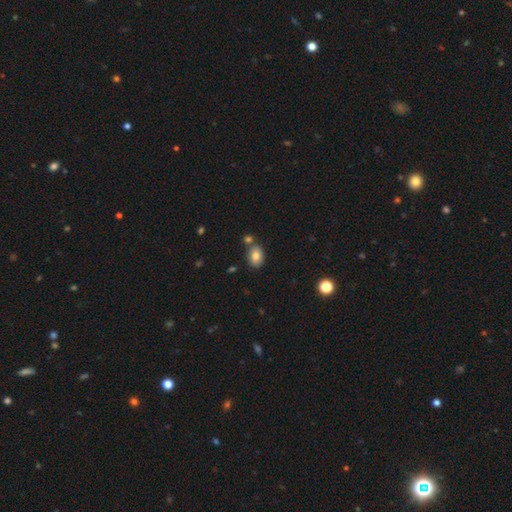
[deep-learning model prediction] The model was most divided on "merging": none: 69%, merger: 15%, minor disturbance: 13%, major disturbance: 3%. More confident: smooth or featured — smooth (82%); how rounded — in between (79%).